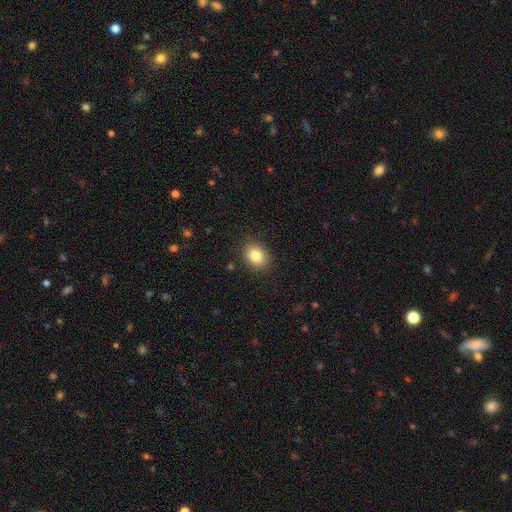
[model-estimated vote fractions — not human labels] The model was most divided on "how rounded": in between: 57%, round: 42%, cigar-shaped: 1%. More confident: merging — none (88%); smooth or featured — smooth (82%).